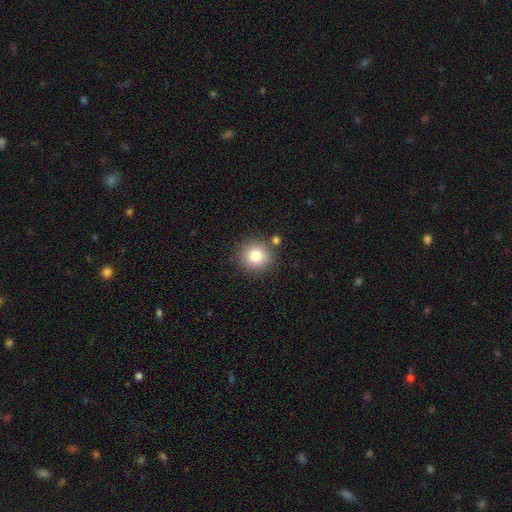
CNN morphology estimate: The model was most divided on "smooth or featured": smooth: 82%, star or artifact: 11%, featured or disk: 8%. More confident: how rounded — round (92%); merging — none (83%).